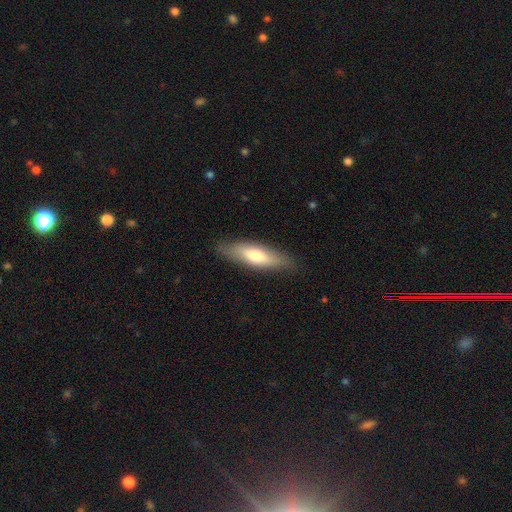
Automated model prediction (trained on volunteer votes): This appears to be a smooth galaxy with no disk features (63%) that is cigar-shaped (53%). Merging: none (82%).